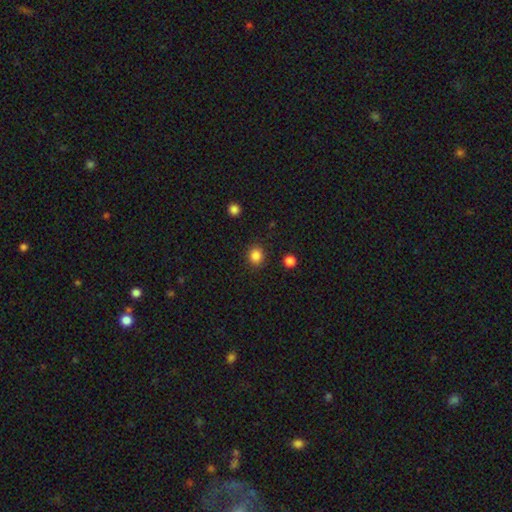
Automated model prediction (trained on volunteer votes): Smooth or featured?
  - smooth: 85% *
  - star or artifact: 11%
  - featured or disk: 4%
How rounded?
  - round: 84% *
  - in between: 15%
  - cigar-shaped: 1%
Merging?
  - none: 89% *
  - minor disturbance: 7%
  - major disturbance: 2%
  - merger: 2%